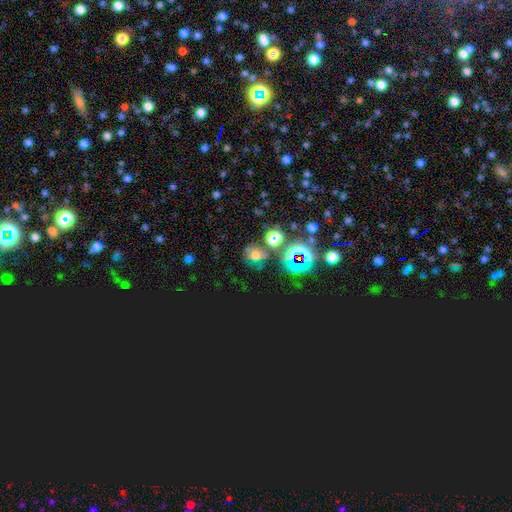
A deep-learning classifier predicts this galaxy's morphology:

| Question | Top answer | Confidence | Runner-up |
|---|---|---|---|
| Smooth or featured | star or artifact | 46% | smooth (37%) |